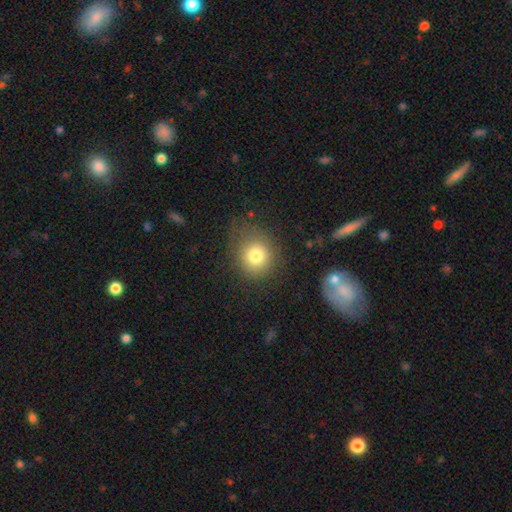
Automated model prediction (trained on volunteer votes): Smooth or featured?
  - smooth: 78% *
  - star or artifact: 12%
  - featured or disk: 10%
How rounded?
  - round: 82% *
  - in between: 17%
  - cigar-shaped: 1%
Merging?
  - none: 77% *
  - minor disturbance: 14%
  - major disturbance: 8%
  - merger: 2%